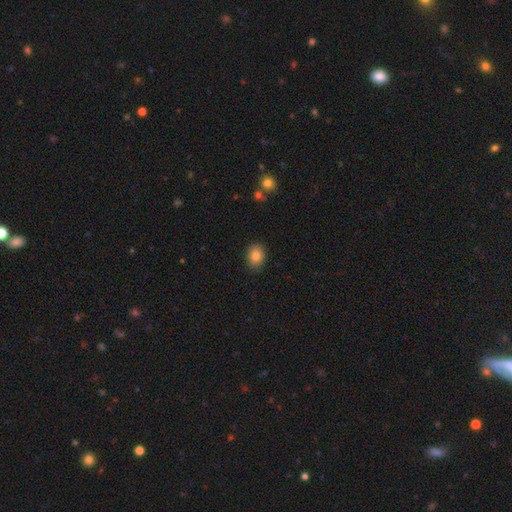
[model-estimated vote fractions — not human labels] Morphology: type=smooth (84%); roundness=in between (55%); merging=none (88%).